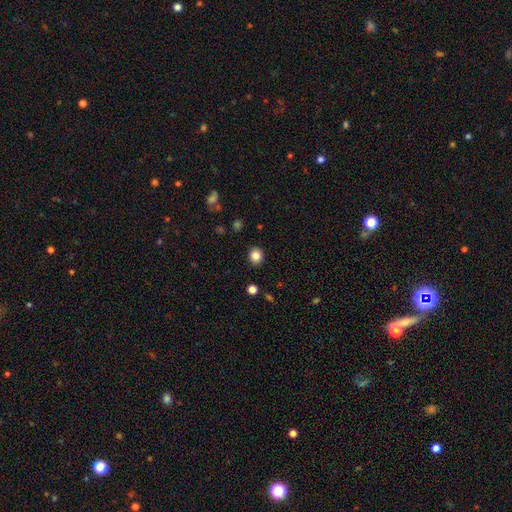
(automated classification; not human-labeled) Smooth or featured?
  - smooth: 84% *
  - star or artifact: 11%
  - featured or disk: 5%
How rounded?
  - round: 83% *
  - in between: 16%
  - cigar-shaped: 1%
Merging?
  - none: 91% *
  - minor disturbance: 6%
  - major disturbance: 2%
  - merger: 1%